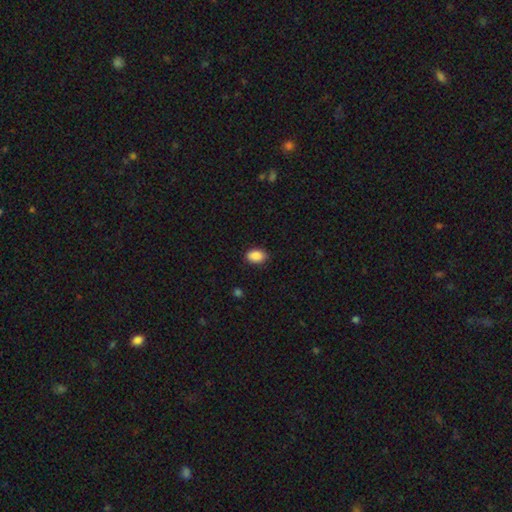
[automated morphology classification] Smooth or featured: smooth — 89% (star or artifact — 7%)
How rounded: in between — 87% (round — 11%)
Merging: none — 86% (minor disturbance — 11%)